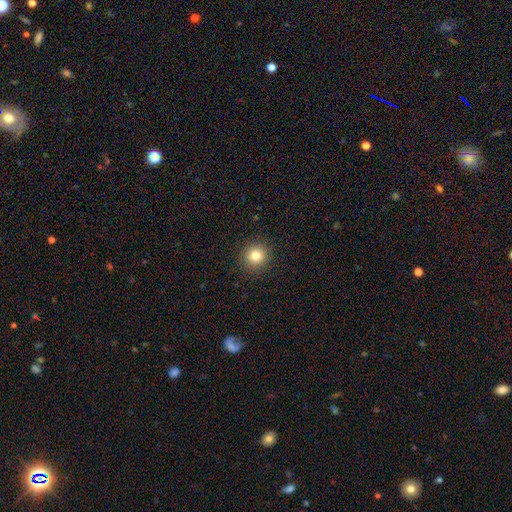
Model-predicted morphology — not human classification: smooth 82%, star or artifact 12%, featured or disk 7%. Down the decision tree: how rounded — round (92%); merging — none (91%).